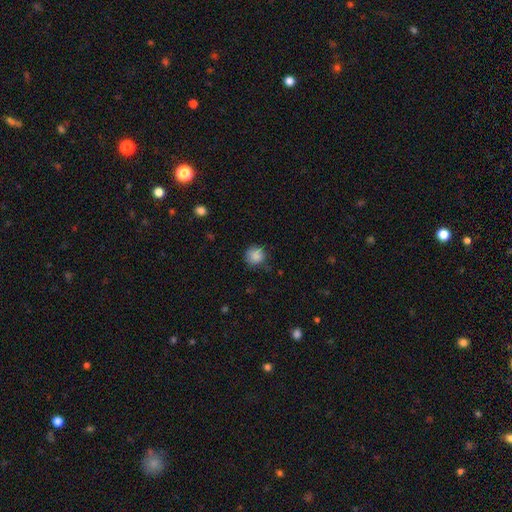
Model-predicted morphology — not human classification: Smooth or featured? Predicted: smooth (p=0.87). How rounded? Predicted: round (p=0.91). Merging? Predicted: none (p=0.79).